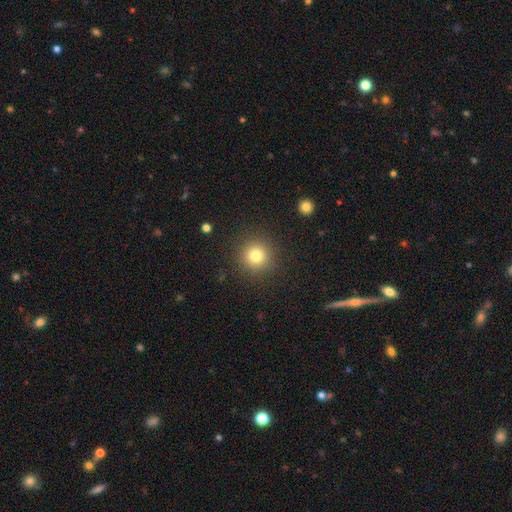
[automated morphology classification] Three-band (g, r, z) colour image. It shows a smooth galaxy with no disk features (80%) that is round (95%). Merging: none (90%).